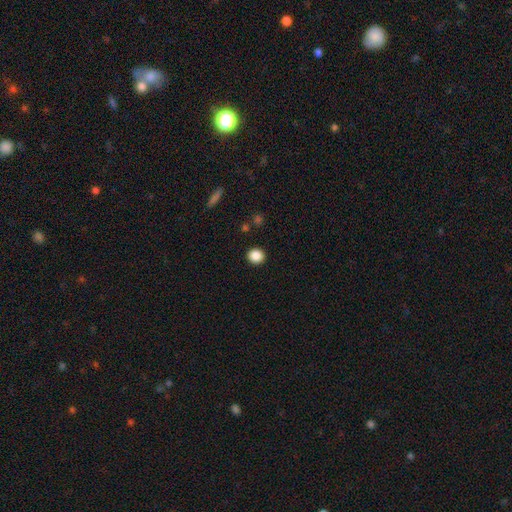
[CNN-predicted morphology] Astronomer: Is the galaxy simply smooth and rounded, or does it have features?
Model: smooth — 87%.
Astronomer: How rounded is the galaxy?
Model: round — 87%.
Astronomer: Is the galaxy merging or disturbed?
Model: none — 92%.